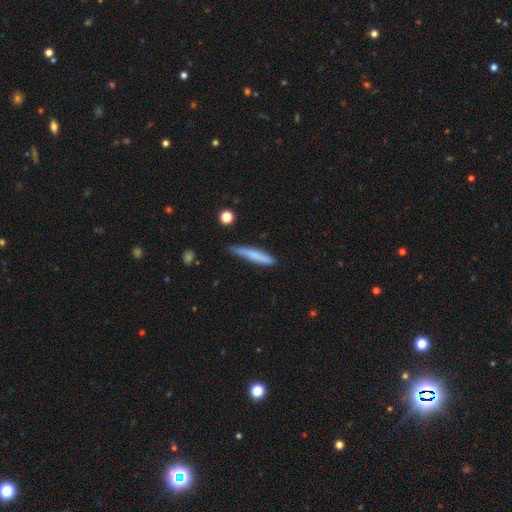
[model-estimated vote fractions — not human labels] Smooth or featured?
  - smooth: 72% *
  - featured or disk: 21%
  - star or artifact: 7%
How rounded?
  - cigar-shaped: 93% *
  - in between: 6%
  - round: 1%
Merging?
  - none: 66% *
  - minor disturbance: 27%
  - major disturbance: 5%
  - merger: 3%